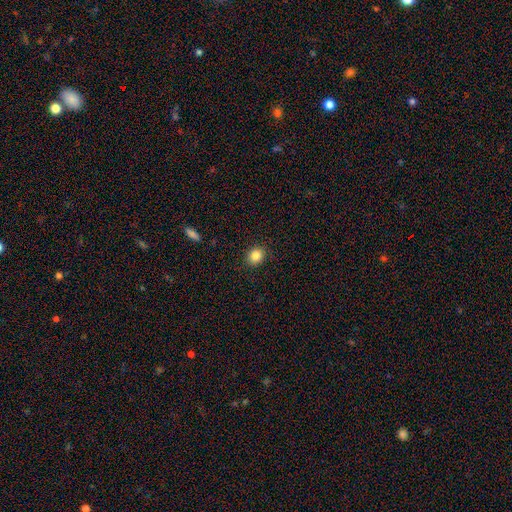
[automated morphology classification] This appears to be a smooth galaxy with no disk features (85%) that is round (79%). Merging: none (89%).